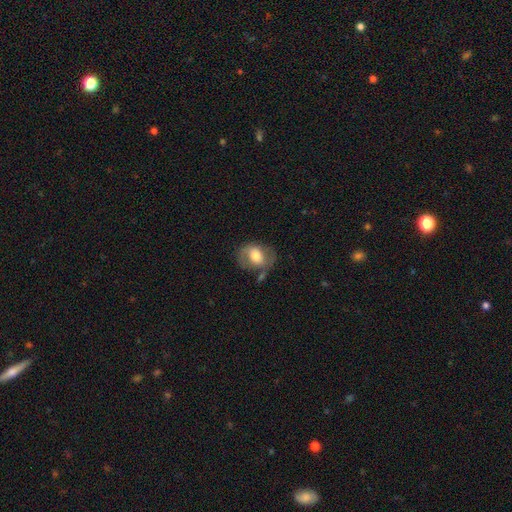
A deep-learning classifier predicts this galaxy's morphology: A featured or disk galaxy (46%, tied with smooth). Merging: none (55%).